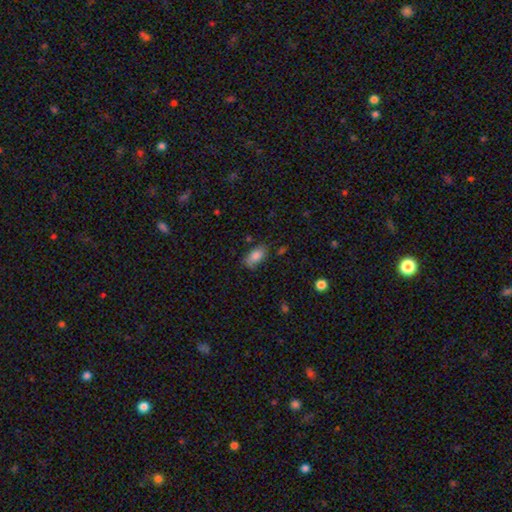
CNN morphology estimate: Smooth or featured? Predicted: smooth (p=0.83). How rounded? Predicted: in between (p=0.90). Merging? Predicted: none (p=0.70).